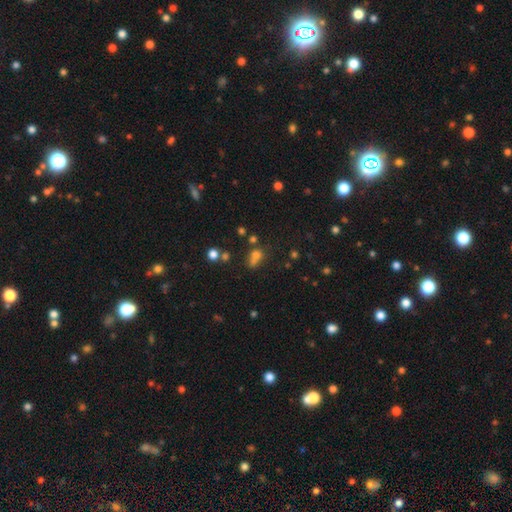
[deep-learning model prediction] Smooth or featured? smooth (66%)
How rounded? round (61%)
Merging? merger (39%, tied with none)